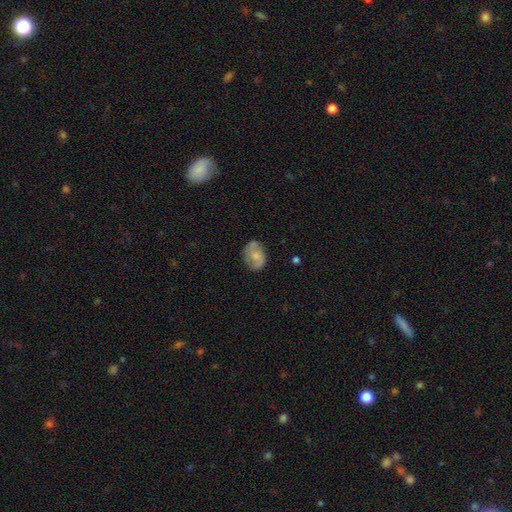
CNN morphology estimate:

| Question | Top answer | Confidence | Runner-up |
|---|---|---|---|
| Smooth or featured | smooth | 54% | featured or disk (38%) |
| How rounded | in between | 74% | round (25%) |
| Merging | none | 65% | minor disturbance (25%) |